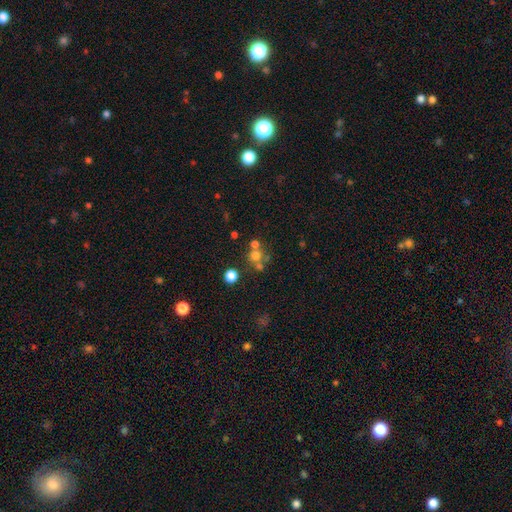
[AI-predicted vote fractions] Smooth or featured?
  - smooth: 63% *
  - star or artifact: 21%
  - featured or disk: 16%
How rounded?
  - round: 88% *
  - in between: 11%
  - cigar-shaped: 1%
Merging?
  - none: 54% *
  - merger: 33%
  - minor disturbance: 8%
  - major disturbance: 5%